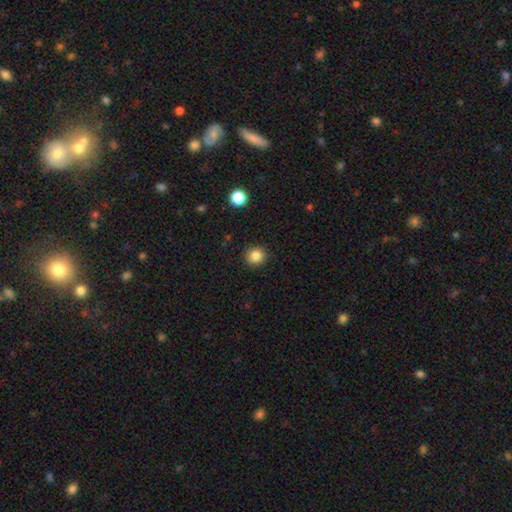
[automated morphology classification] smooth_or_featured: smooth (p=0.84) [alt: star or artifact p=0.11]
how_rounded: round (p=0.92) [alt: in between p=0.07]
merging: none (p=0.91) [alt: minor disturbance p=0.06]